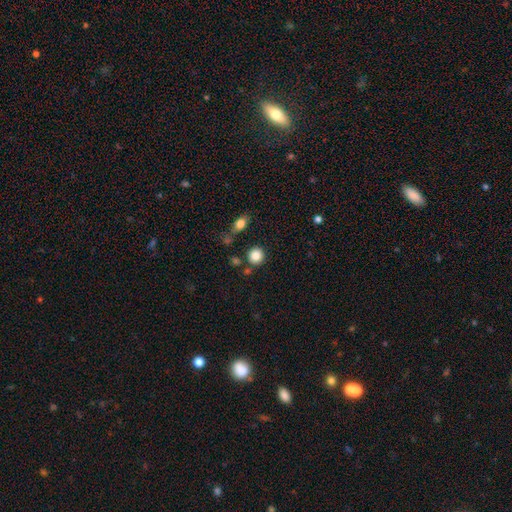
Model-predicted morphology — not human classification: Smooth or featured?
  - smooth: 85% *
  - star or artifact: 10%
  - featured or disk: 6%
How rounded?
  - round: 90% *
  - in between: 9%
  - cigar-shaped: 1%
Merging?
  - none: 81% *
  - minor disturbance: 8%
  - merger: 7%
  - major disturbance: 3%